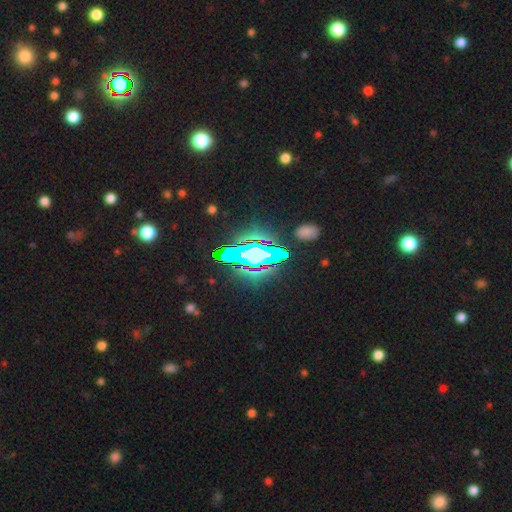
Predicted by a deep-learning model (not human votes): smooth-or-featured: star or artifact: 60% | smooth: 21% | featured or disk: 18%